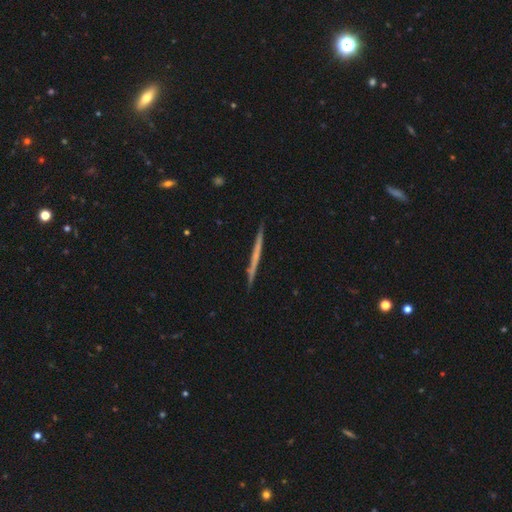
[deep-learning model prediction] featured or disk 51%, smooth 43%, star or artifact 6%. Down the decision tree: edge-on disk — yes (97%); merging — none (91%).